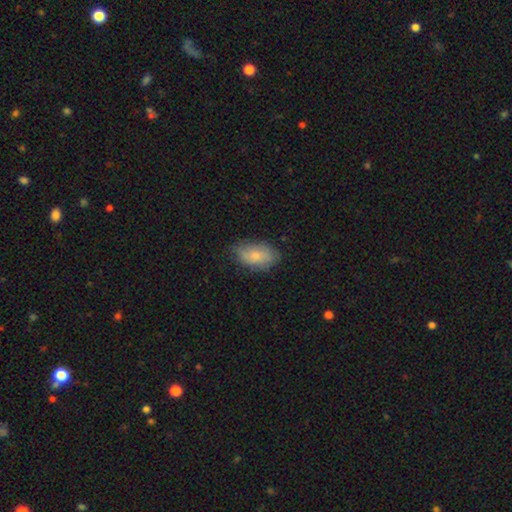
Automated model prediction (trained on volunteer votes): Smooth or featured: smooth — 72% (featured or disk — 21%)
How rounded: in between — 92% (round — 6%)
Merging: none — 64% (minor disturbance — 28%)